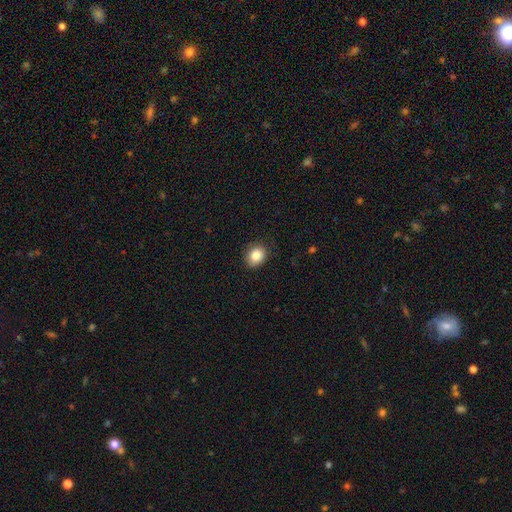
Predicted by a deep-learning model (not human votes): Morphology: type=smooth (85%); roundness=round (69%); merging=none (84%).